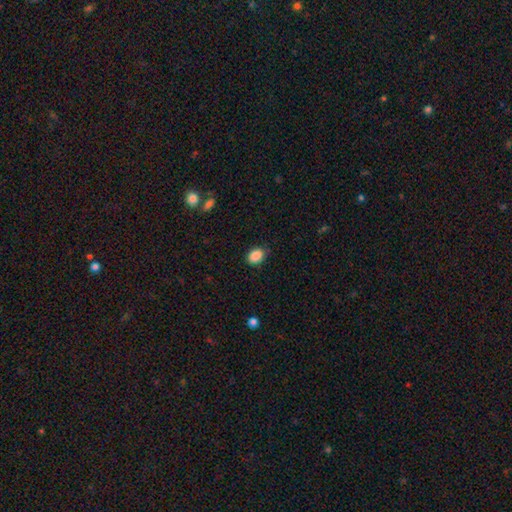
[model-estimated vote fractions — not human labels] smooth_or_featured: smooth (p=0.88) [alt: star or artifact p=0.09]
how_rounded: in between (p=0.69) [alt: round p=0.30]
merging: none (p=0.80) [alt: minor disturbance p=0.16]